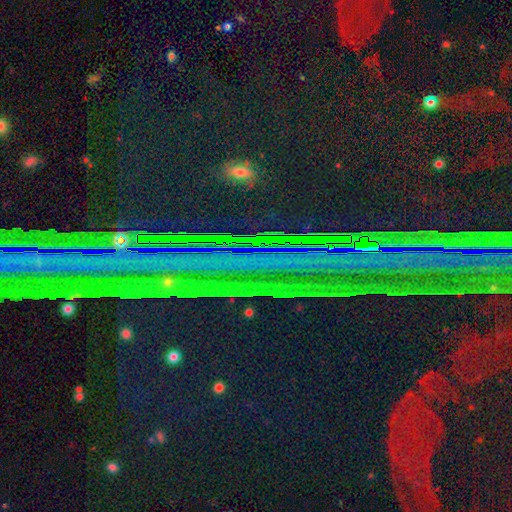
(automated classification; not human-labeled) smooth_or_featured: star or artifact (p=0.86) [alt: featured or disk p=0.08]